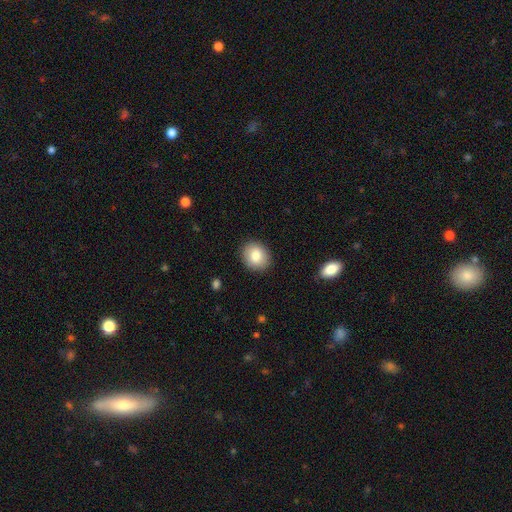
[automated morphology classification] type=smooth (82%); roundness=round (63%); merging=none (89%).